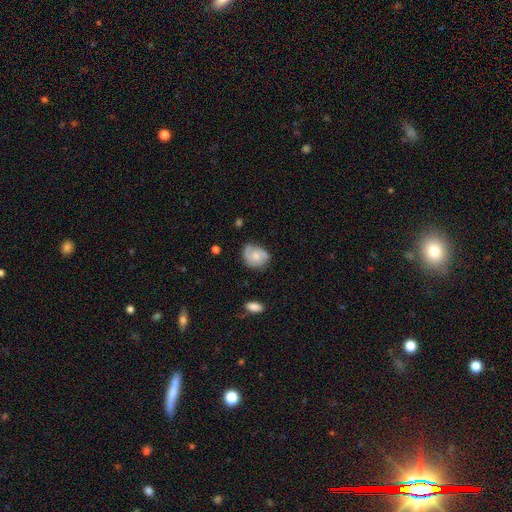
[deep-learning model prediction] Smooth or featured: featured or disk — 51% (smooth — 42%)
Edge-on disk: no — 97% (yes — 3%)
Merging: none — 64% (minor disturbance — 26%)